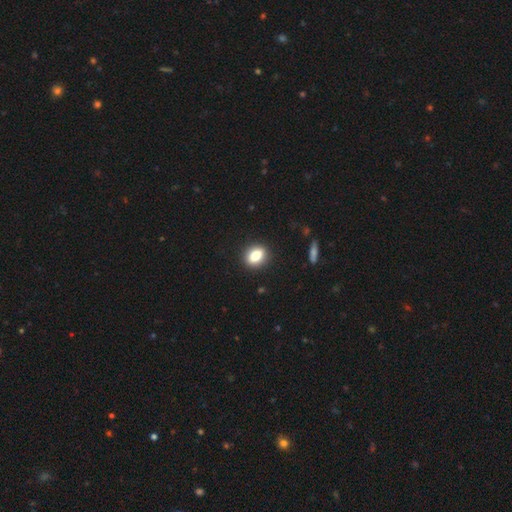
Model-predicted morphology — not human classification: smooth_or_featured: smooth (p=0.81) [alt: featured or disk p=0.10]
how_rounded: in between (p=0.58) [alt: round p=0.40]
merging: none (p=0.90) [alt: minor disturbance p=0.07]